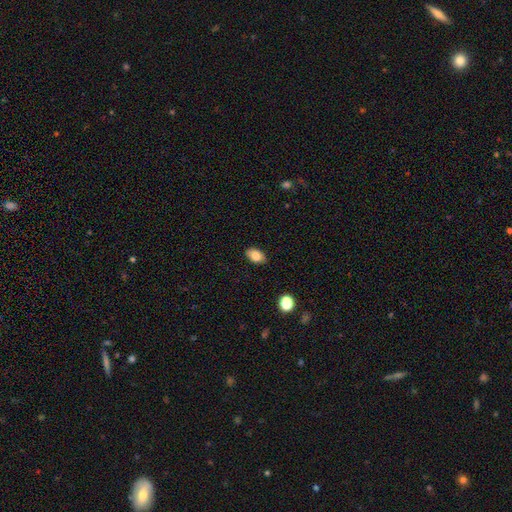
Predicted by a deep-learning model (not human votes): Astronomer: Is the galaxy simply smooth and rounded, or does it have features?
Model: smooth — 84%.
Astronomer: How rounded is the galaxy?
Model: in between — 89%.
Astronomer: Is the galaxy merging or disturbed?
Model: none — 84%.